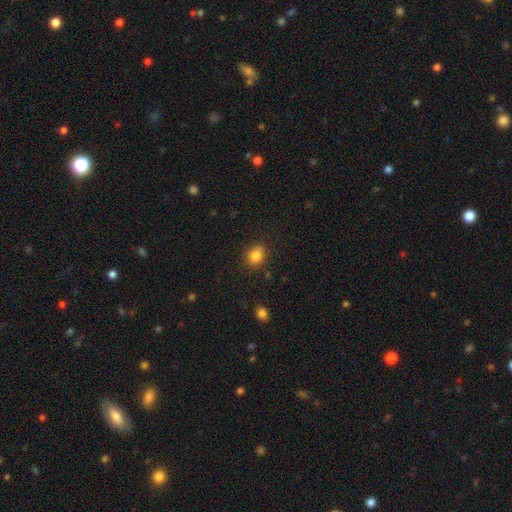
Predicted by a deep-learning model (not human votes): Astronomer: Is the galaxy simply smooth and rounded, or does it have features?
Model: smooth — 84%.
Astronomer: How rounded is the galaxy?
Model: round — 60% (runner-up: in between, 39%).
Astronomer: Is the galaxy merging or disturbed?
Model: none — 80%.